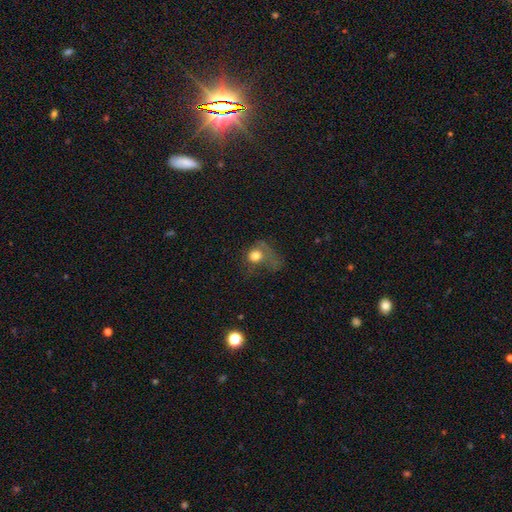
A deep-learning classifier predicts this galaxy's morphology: Smooth or featured: smooth — 67% (featured or disk — 21%)
How rounded: round — 68% (in between — 31%)
Merging: major disturbance — 58% (none — 20%)